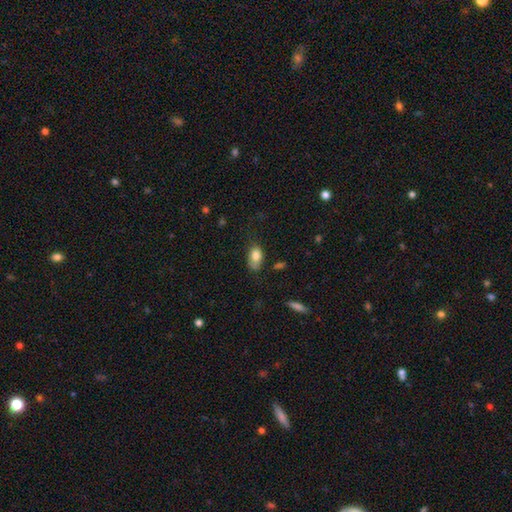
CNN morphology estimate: Smooth or featured? Predicted: smooth (p=0.83). How rounded? Predicted: in between (p=0.89). Merging? Predicted: none (p=0.52).